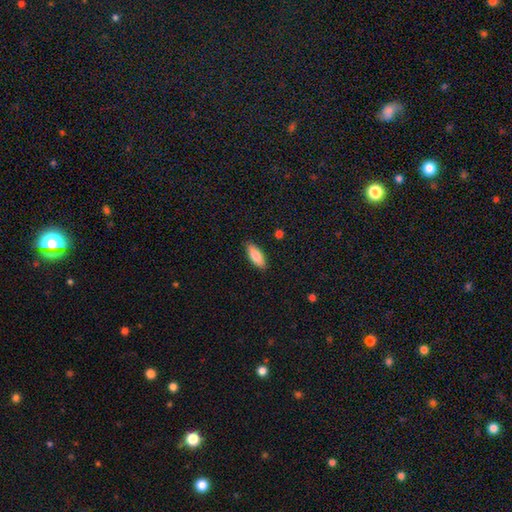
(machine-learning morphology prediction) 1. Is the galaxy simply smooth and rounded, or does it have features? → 83% smooth, 11% featured or disk, 6% star or artifact.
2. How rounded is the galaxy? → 71% in between, 27% cigar-shaped, 2% round.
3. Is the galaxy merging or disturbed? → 88% none, 9% minor disturbance, 2% major disturbance, 1% merger.